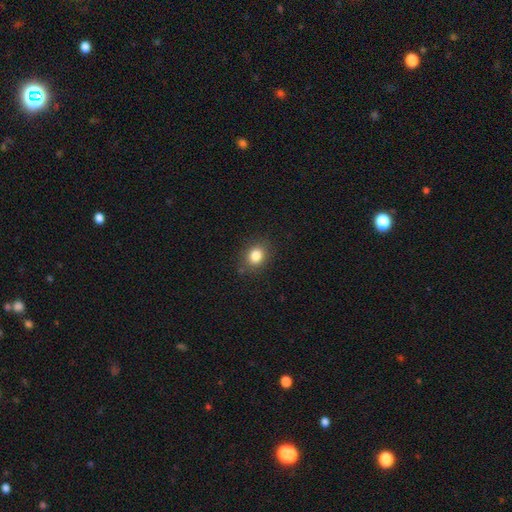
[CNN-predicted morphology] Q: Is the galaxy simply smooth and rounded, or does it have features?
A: smooth — 83%.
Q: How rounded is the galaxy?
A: round — 55%.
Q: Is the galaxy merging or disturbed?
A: none — 84%.